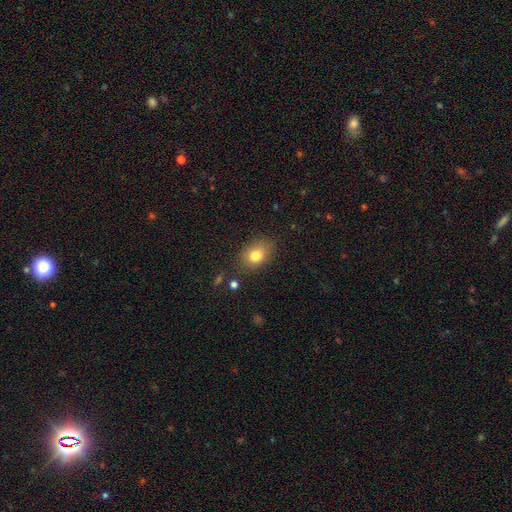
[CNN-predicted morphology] The model was most divided on "how rounded": in between: 73%, round: 26%, cigar-shaped: 1%. More confident: smooth or featured — smooth (80%); merging — none (79%).